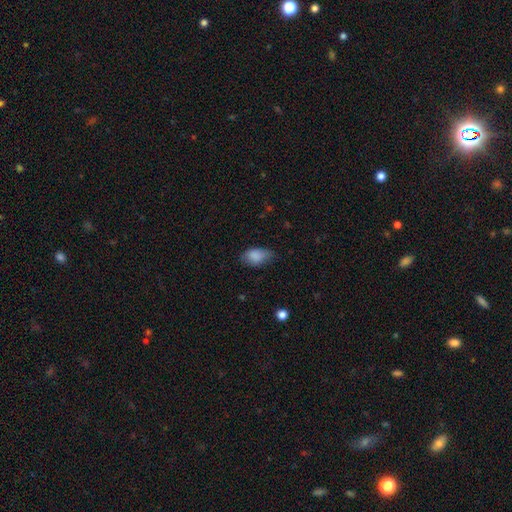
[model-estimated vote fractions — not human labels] A smooth galaxy with no disk features (85%) that is in between round and cigar-shaped (88%). Merging: none (55%).